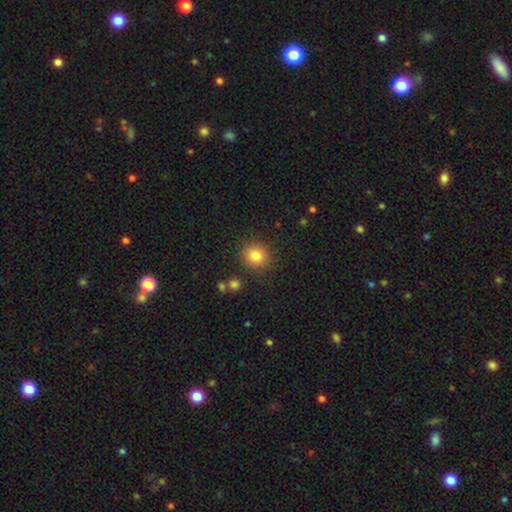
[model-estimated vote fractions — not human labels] Morphology: type=smooth (83%); roundness=round (84%); merging=none (86%).